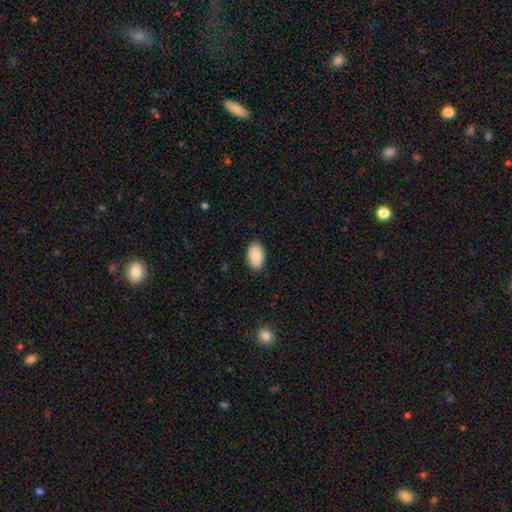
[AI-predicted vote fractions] smooth_or_featured: smooth (p=0.86) [alt: featured or disk p=0.07]
how_rounded: in between (p=0.94) [alt: round p=0.05]
merging: none (p=0.88) [alt: minor disturbance p=0.09]